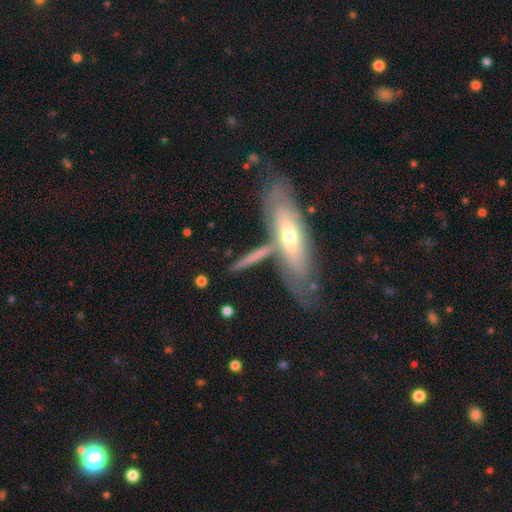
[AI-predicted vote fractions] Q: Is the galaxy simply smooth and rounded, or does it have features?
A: featured or disk — 51%.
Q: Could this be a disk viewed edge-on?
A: yes — 64%.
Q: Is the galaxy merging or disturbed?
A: none — 59%.